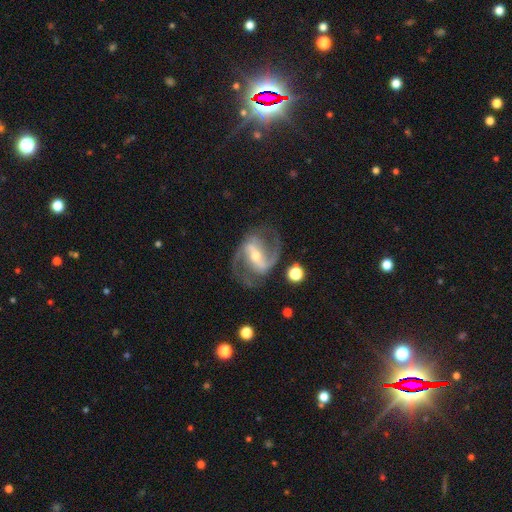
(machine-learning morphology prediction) The model was most divided on "bulge size": small: 50%, moderate: 45%, large: 2%, none: 1%, dominant: 1%. More confident: spiral arms — yes (97%); edge-on disk — no (97%); smooth or featured — featured or disk (91%); spiral arm count — 2 (90%); merging — none (75%); bar — strong (56%); spiral winding — medium (55%).